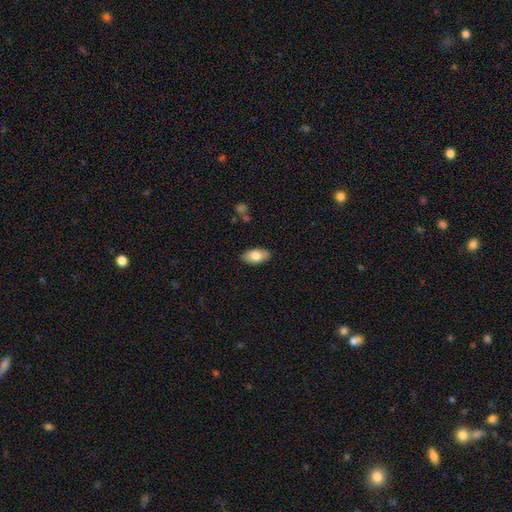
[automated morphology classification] This appears to be a smooth galaxy with no disk features (78%) that is in between round and cigar-shaped (94%). Merging: none (87%).